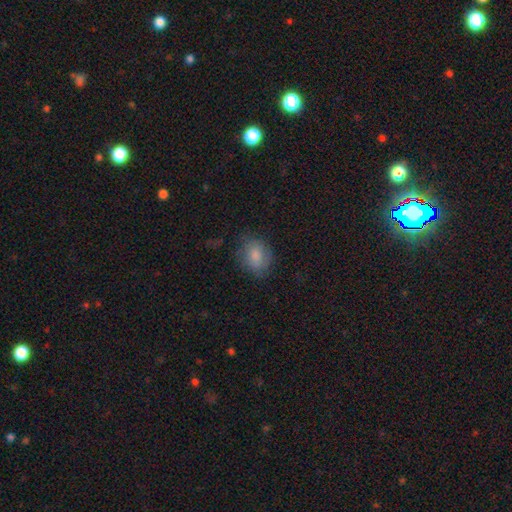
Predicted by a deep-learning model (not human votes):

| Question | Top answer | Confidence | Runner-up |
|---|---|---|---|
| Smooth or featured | smooth | 79% | featured or disk (13%) |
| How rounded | round | 50% | in between (48%) |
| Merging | none | 71% | minor disturbance (20%) |